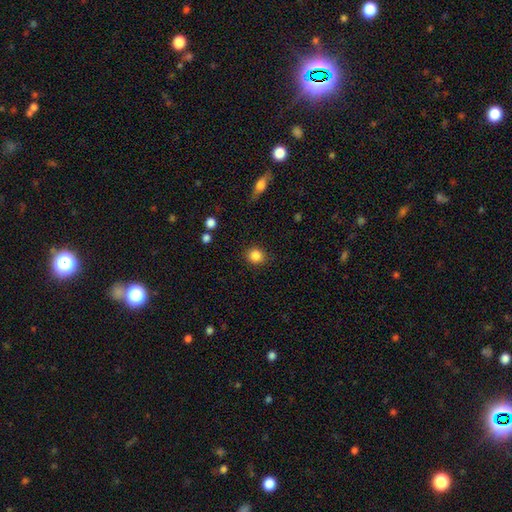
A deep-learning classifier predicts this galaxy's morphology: Smooth or featured? smooth (86%)
How rounded? round (84%)
Merging? none (87%)